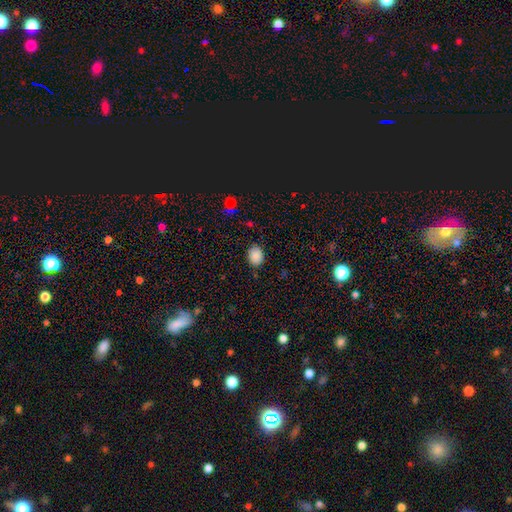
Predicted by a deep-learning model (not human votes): Overall: smooth (88%). How rounded: in between (52%; round 47%). Merging: none (85%).